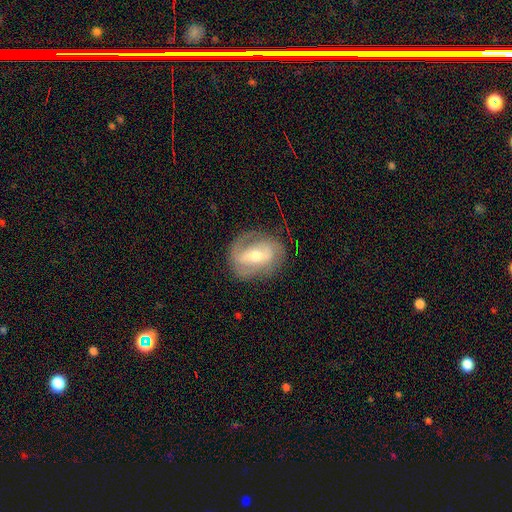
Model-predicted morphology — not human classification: smooth_or_featured: featured or disk (p=0.73) [alt: smooth p=0.20]
disk_edge_on: no (p=0.94) [alt: yes p=0.06]
bar: strong (p=0.46) [alt: weak p=0.35]
has_spiral_arms: yes (p=0.77) [alt: no p=0.23]
spiral_winding: tight (p=0.40) [alt: medium p=0.39]
spiral_arm_count: 2 (p=0.66) [alt: can't tell p=0.18]
bulge_size: moderate (p=0.60) [alt: small p=0.33]
merging: none (p=0.69) [alt: minor disturbance p=0.20]